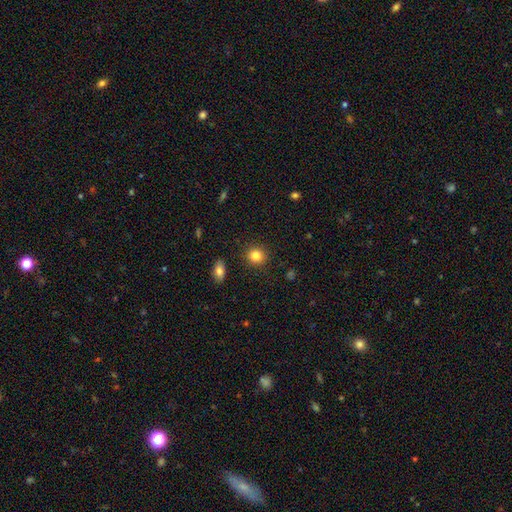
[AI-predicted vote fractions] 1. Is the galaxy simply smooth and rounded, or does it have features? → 84% smooth, 10% star or artifact, 6% featured or disk.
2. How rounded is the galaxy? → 86% round, 13% in between, 1% cigar-shaped.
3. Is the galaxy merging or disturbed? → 90% none, 6% minor disturbance, 2% major disturbance, 2% merger.